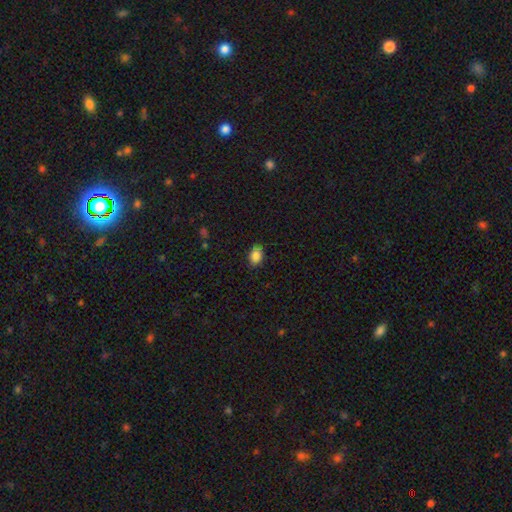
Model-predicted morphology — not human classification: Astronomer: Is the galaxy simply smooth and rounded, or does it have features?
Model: smooth — 87%.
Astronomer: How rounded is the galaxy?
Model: in between — 80%.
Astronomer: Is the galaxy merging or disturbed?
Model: none — 83%.